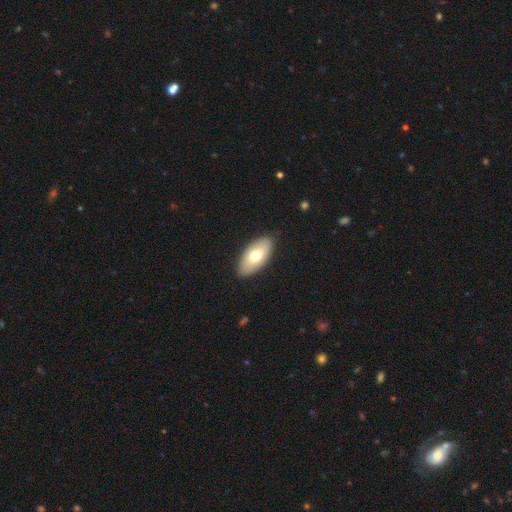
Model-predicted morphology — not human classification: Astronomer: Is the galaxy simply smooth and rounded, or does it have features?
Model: smooth — 69%.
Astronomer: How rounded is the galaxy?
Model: in between — 93%.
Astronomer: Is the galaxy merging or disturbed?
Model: none — 87%.